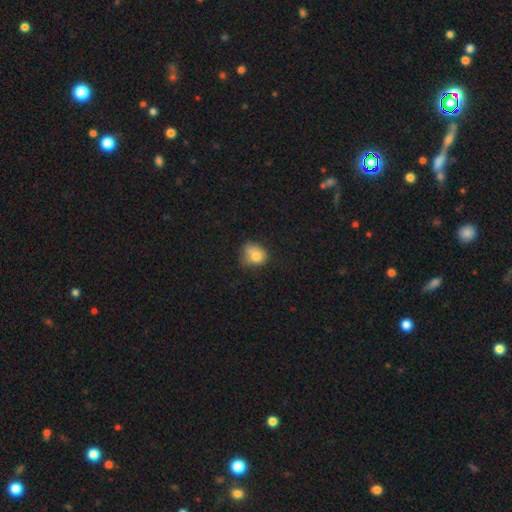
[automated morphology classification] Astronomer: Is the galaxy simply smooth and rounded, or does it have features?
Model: smooth — 77%.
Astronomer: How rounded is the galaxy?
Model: round — 57% (runner-up: in between, 42%).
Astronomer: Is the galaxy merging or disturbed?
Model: none — 40% (runner-up: minor disturbance, 36%).